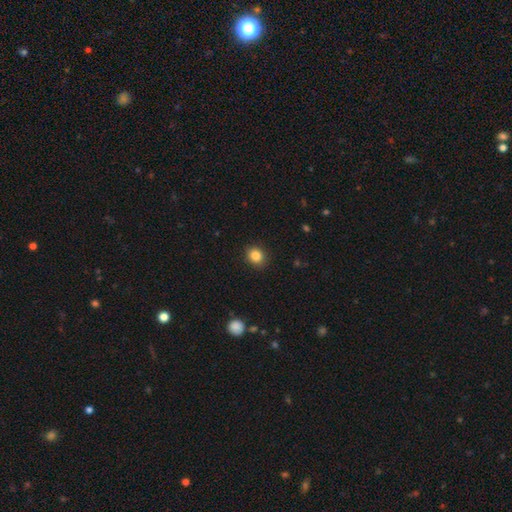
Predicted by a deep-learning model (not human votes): Smooth or featured: smooth — 85% (star or artifact — 11%)
How rounded: round — 73% (in between — 26%)
Merging: none — 90% (minor disturbance — 7%)